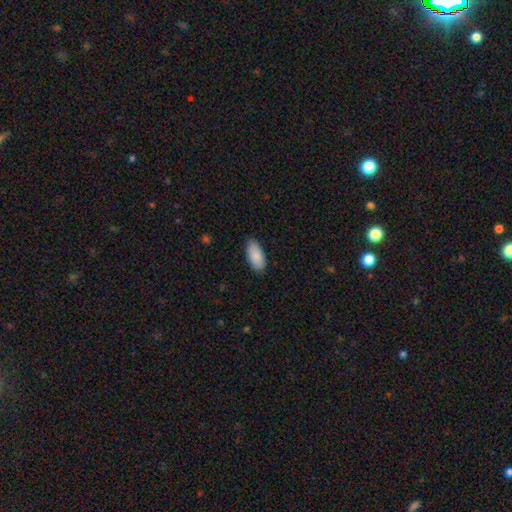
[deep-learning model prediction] This appears to be a smooth galaxy with no disk features (89%) that is in between round and cigar-shaped (93%). Merging: none (86%).